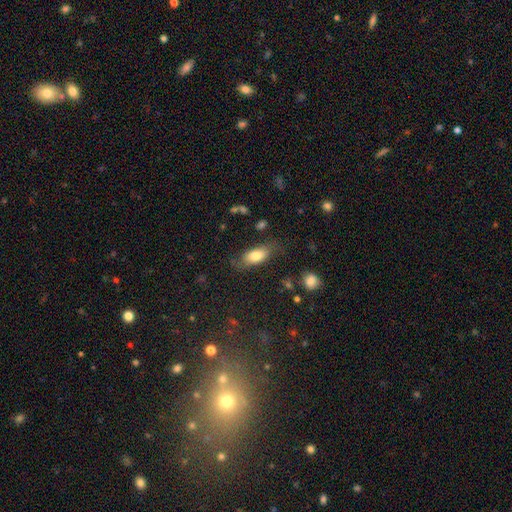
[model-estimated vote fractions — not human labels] Smooth or featured? Predicted: smooth (p=0.77). How rounded? Predicted: in between (p=0.82). Merging? Predicted: none (p=0.70).